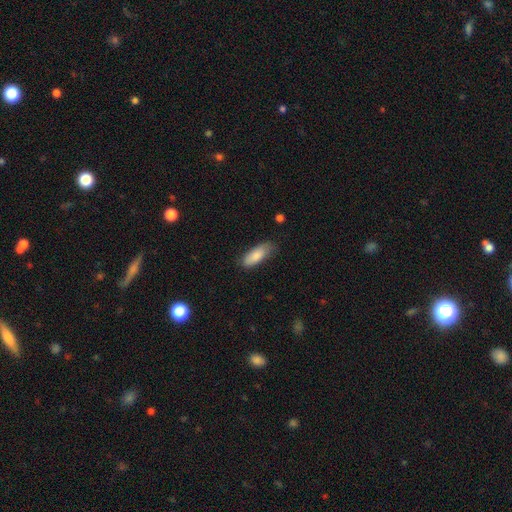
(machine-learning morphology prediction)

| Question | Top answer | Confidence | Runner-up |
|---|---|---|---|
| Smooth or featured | smooth | 84% | featured or disk (10%) |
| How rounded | in between | 73% | cigar-shaped (25%) |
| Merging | none | 69% | minor disturbance (25%) |